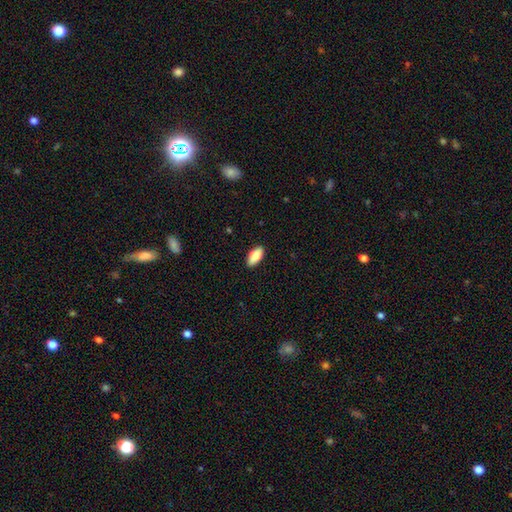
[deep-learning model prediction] Smooth or featured? smooth (83%)
How rounded? in between (92%)
Merging? none (89%)